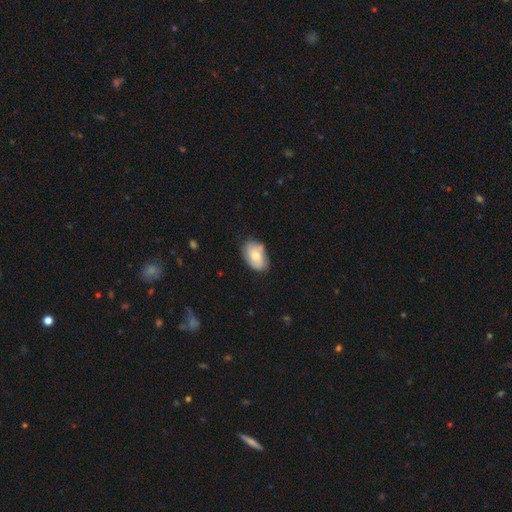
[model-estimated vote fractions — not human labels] The model was most divided on "merging": none: 67%, minor disturbance: 24%, major disturbance: 5%, merger: 4%. More confident: how rounded — in between (89%); smooth or featured — smooth (69%).